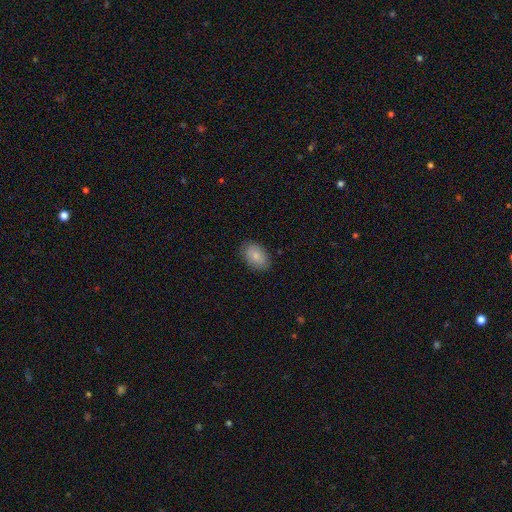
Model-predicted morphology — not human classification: Smooth or featured? smooth (82%)
How rounded? in between (88%)
Merging? none (85%)